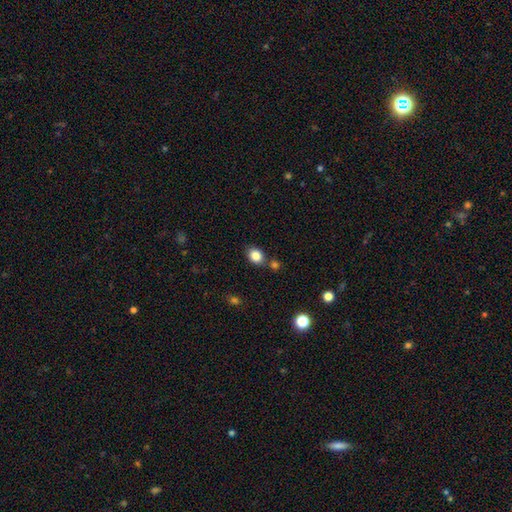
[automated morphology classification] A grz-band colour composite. It shows a smooth galaxy with no disk features (85%) that is in between round and cigar-shaped (55%). Merging: none (72%).